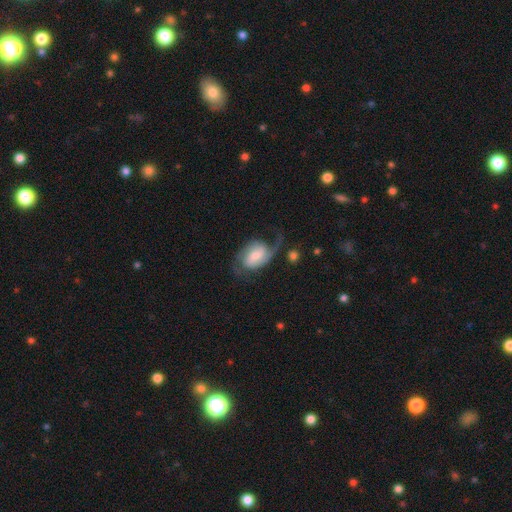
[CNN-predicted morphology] Smooth or featured?
  - featured or disk: 72% *
  - smooth: 22%
  - star or artifact: 6%
Edge-on disk?
  - no: 97% *
  - yes: 3%
Bar?
  - weak: 49% *
  - no: 32%
  - strong: 19%
Spiral arms?
  - yes: 93% *
  - no: 7%
Spiral winding?
  - loose: 46% *
  - medium: 39%
  - tight: 15%
Spiral arm count?
  - 2: 71% *
  - 1: 20%
  - can't tell: 6%
  - 3: 2%
  - 4: 1%
  - more than 4: 1%
Bulge size?
  - moderate: 40% *
  - small: 37%
  - large: 12%
  - none: 8%
  - dominant: 3%
Merging?
  - none: 43% *
  - major disturbance: 32%
  - minor disturbance: 21%
  - merger: 4%